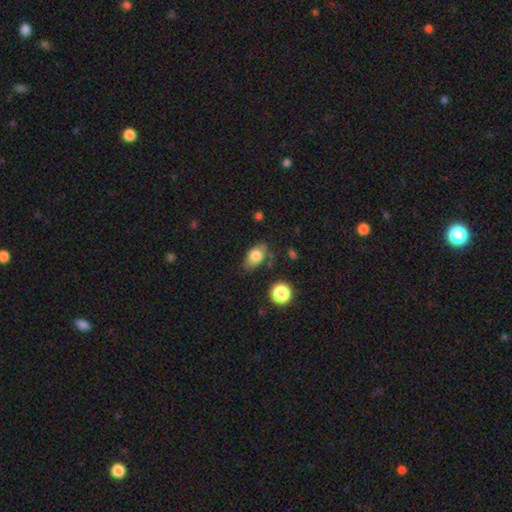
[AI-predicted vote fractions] Overall: smooth (79%). How rounded: in between (84%). Merging: none (67%).